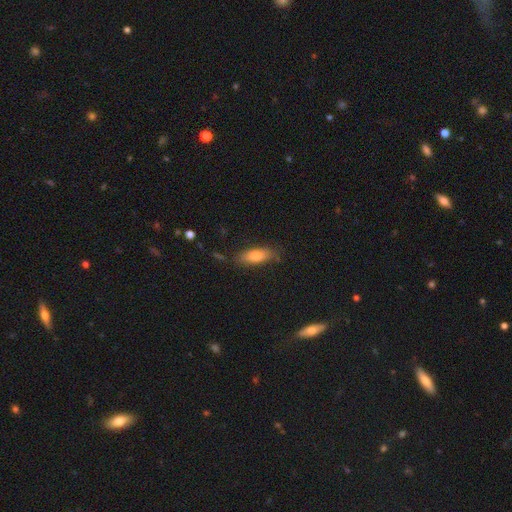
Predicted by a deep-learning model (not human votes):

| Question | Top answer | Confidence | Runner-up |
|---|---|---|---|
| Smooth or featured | smooth | 76% | featured or disk (17%) |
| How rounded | in between | 67% | cigar-shaped (30%) |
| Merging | none | 79% | minor disturbance (16%) |